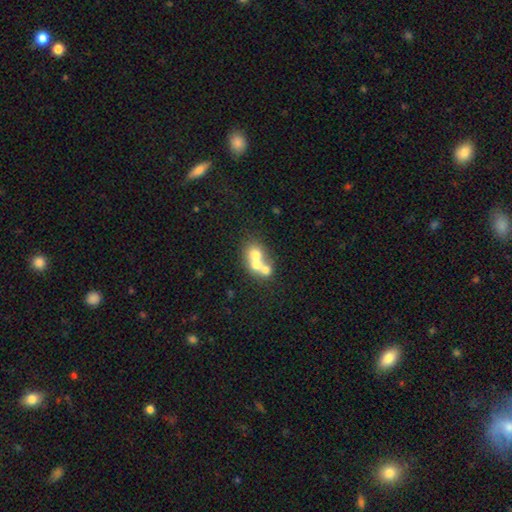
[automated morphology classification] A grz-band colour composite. It shows a smooth galaxy with no disk features (57%) that is round (69%). Merging: merger (68%).